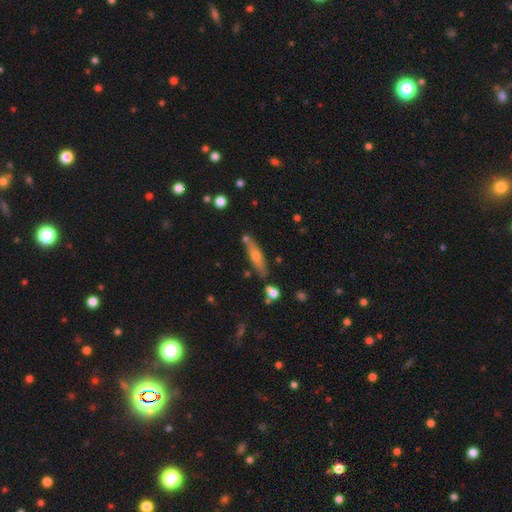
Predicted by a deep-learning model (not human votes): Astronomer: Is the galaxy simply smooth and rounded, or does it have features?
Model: featured or disk — 46% (runner-up: smooth, 45%).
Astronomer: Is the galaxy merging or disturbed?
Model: none — 78%.